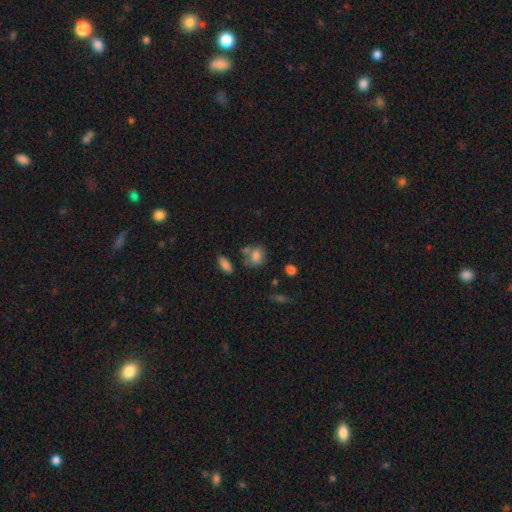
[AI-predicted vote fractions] Q: Smooth or featured?
A: smooth (77%); runner-up: featured or disk (13%)
Q: How rounded?
A: round (50%); runner-up: in between (48%)
Q: Merging?
A: none (50%); runner-up: merger (21%)